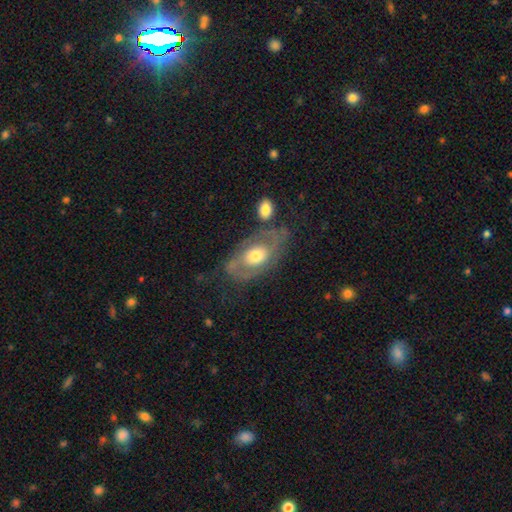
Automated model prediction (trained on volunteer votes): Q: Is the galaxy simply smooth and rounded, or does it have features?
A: featured or disk — 66%.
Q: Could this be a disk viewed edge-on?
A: no — 92%.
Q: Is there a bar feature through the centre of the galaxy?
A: no — 82%.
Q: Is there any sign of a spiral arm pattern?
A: yes — 57%.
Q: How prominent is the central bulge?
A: moderate — 61%.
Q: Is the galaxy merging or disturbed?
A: none — 56%.